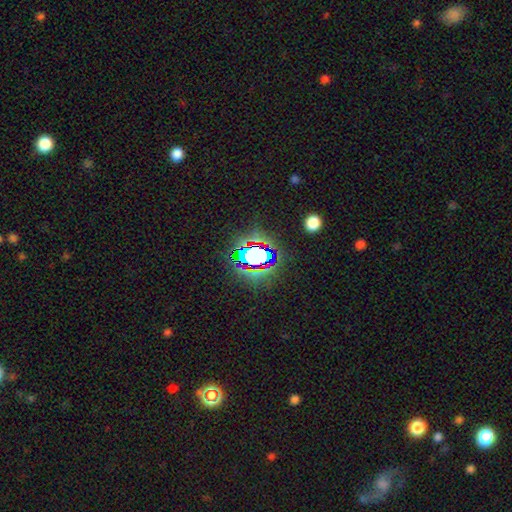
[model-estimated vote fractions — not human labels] Smooth or featured? star or artifact (63%)